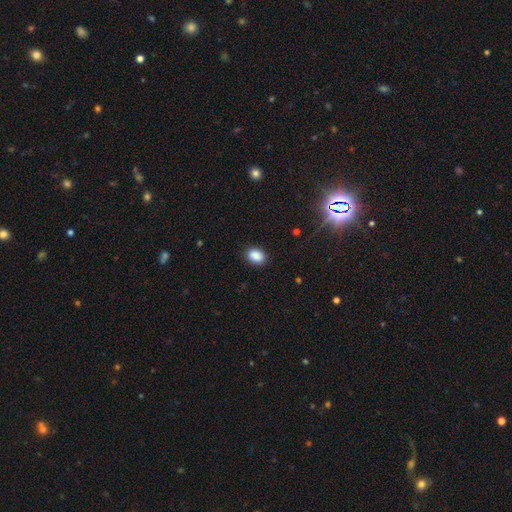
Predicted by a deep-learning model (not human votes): A smooth galaxy with no disk features (88%) that is in between round and cigar-shaped (72%). Merging: none (87%).